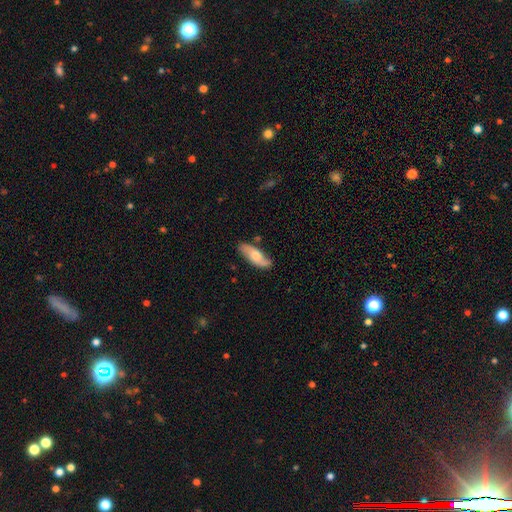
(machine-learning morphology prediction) smooth_or_featured: smooth (p=0.47) [tied with: featured or disk p=0.47]
merging: none (p=0.76) [alt: minor disturbance p=0.18]